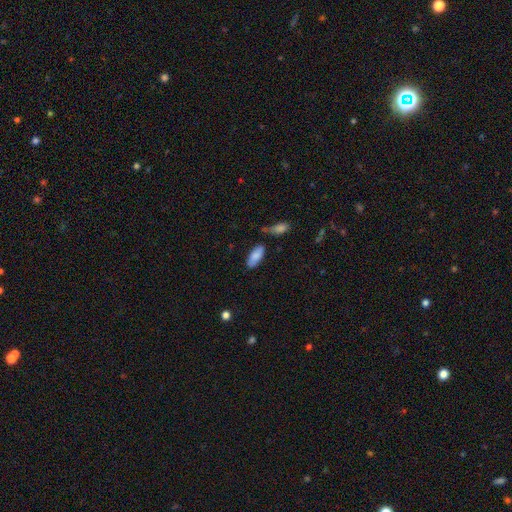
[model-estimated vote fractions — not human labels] Smooth or featured: smooth — 84% (featured or disk — 10%)
How rounded: in between — 85% (cigar-shaped — 13%)
Merging: none — 70% (minor disturbance — 17%)